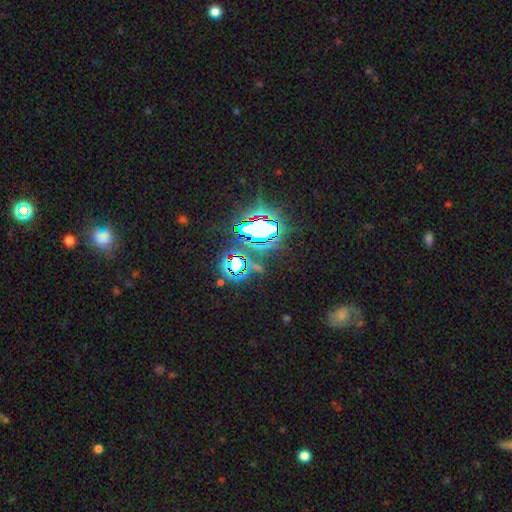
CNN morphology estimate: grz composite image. It shows a star or artifact, not a galaxy (79%).